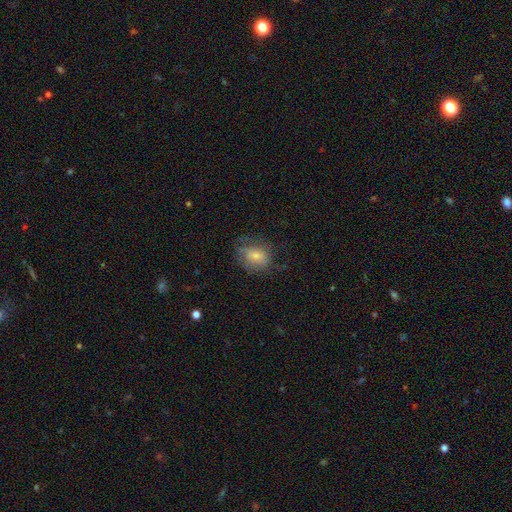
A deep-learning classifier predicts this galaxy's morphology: This is likely a smooth galaxy (63%). How rounded: possibly round (58%). Merging: possibly none (54%).